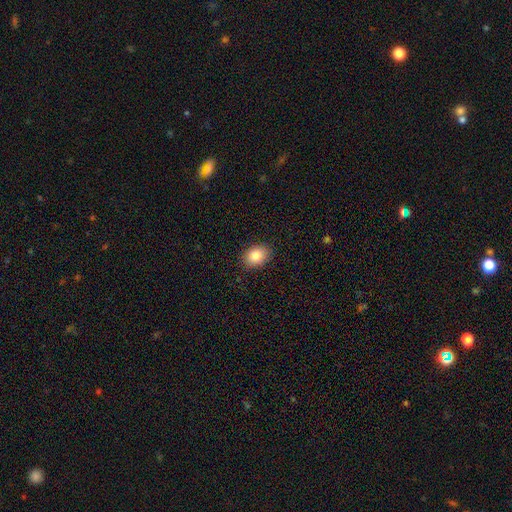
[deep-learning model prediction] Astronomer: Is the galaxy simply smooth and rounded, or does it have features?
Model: smooth — 86%.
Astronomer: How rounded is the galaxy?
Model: in between — 72%.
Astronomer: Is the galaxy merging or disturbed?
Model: none — 87%.